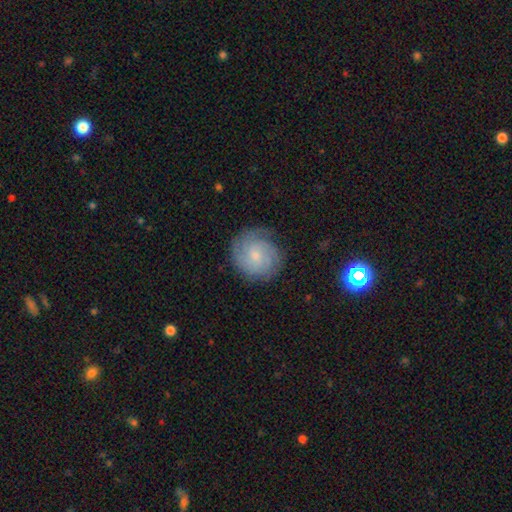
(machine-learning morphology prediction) This appears to be a featured or disk galaxy (66%) with no bar (69%), tight (68%) spiral arms (93%) and a small central bulge (58%). Merging: none (78%).